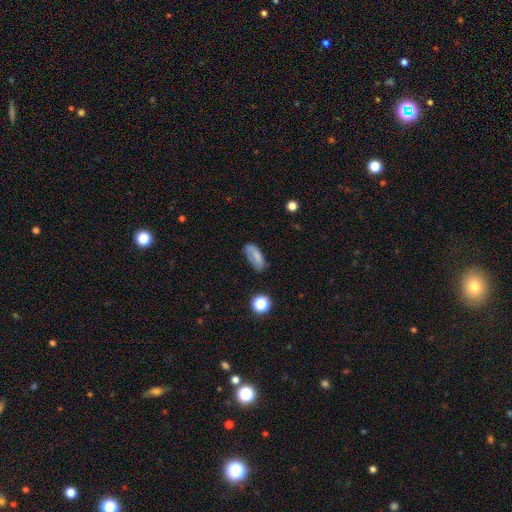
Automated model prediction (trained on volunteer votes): smooth_or_featured: smooth (p=0.74) [alt: featured or disk p=0.16]
how_rounded: in between (p=0.80) [alt: cigar-shaped p=0.16]
merging: none (p=0.59) [alt: minor disturbance p=0.28]